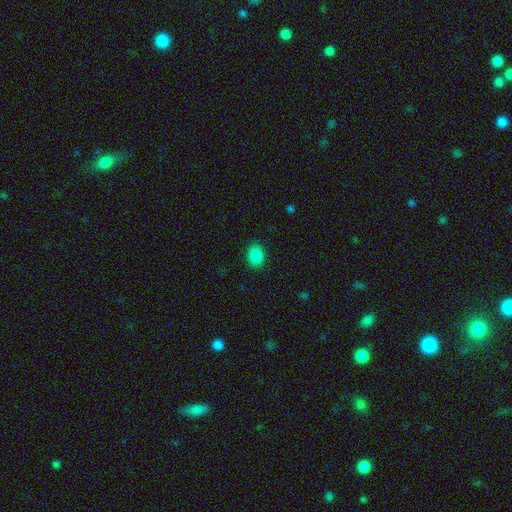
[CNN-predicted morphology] Smooth or featured: smooth — 86% (star or artifact — 9%)
How rounded: in between — 63% (round — 36%)
Merging: none — 88% (minor disturbance — 9%)